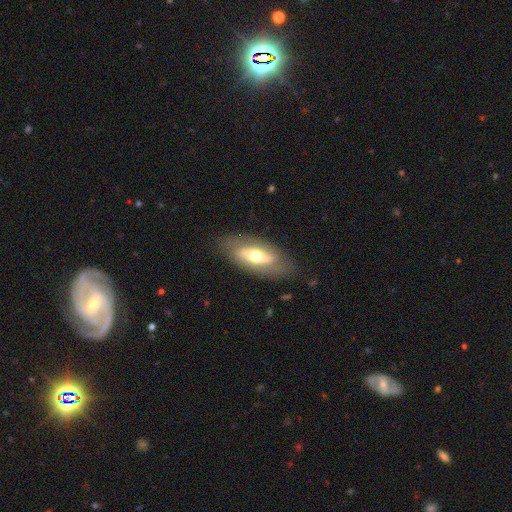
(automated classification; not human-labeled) Overall: featured or disk (49%; smooth 45%). Merging: none (78%).